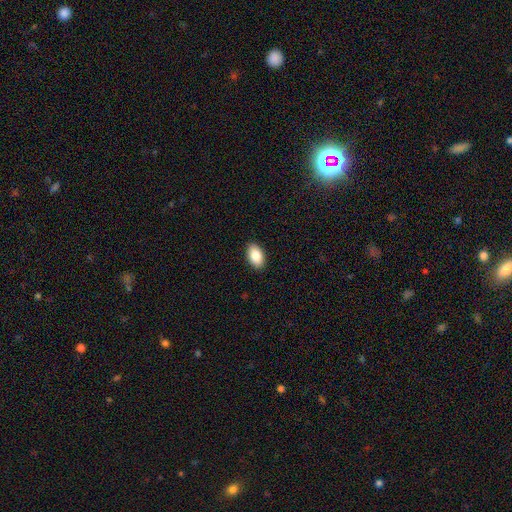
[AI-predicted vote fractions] This is clearly a smooth galaxy (86%). How rounded: clearly in between (94%). Merging: clearly none (90%).